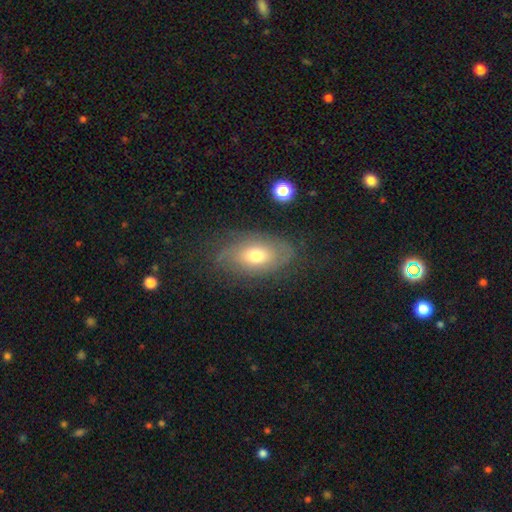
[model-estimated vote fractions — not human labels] Smooth or featured? Predicted: smooth (p=0.46). Merging? Predicted: none (p=0.70).